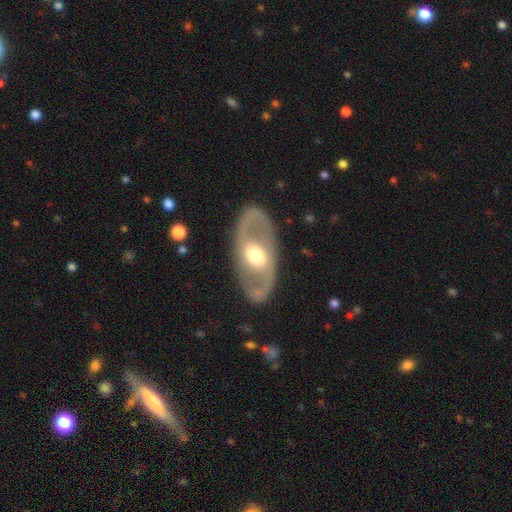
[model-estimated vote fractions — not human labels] Smooth or featured? Predicted: featured or disk (p=0.77). Edge-on disk? Predicted: no (p=0.92). Bar? Predicted: no (p=0.61). Spiral arms? Predicted: yes (p=0.59). Bulge size? Predicted: moderate (p=0.71). Merging? Predicted: none (p=0.85).